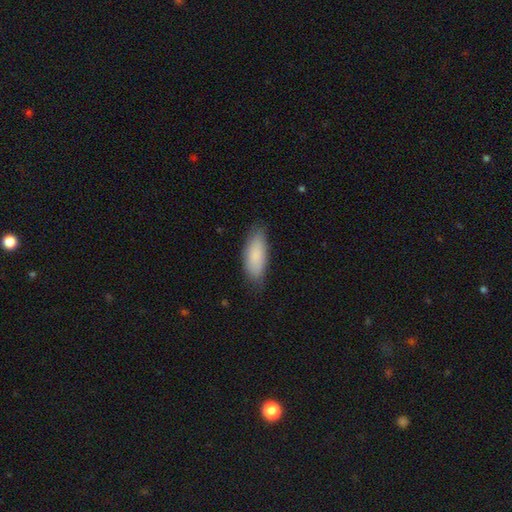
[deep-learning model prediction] Morphology: type=smooth (87%); roundness=in between (77%); merging=none (79%).